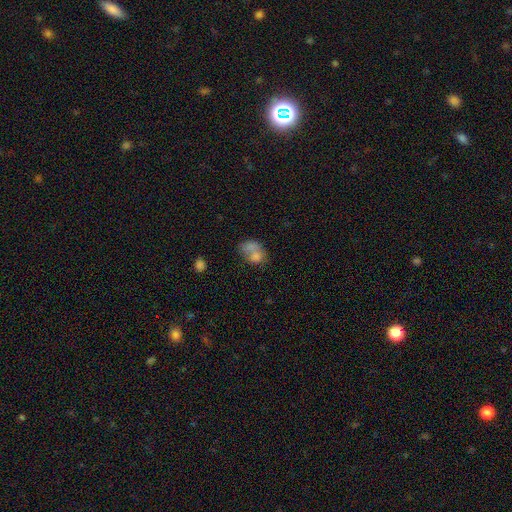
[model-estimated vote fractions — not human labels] This is likely a smooth galaxy (69%). How rounded: likely in between (64%). Merging: marginally merger (45%).